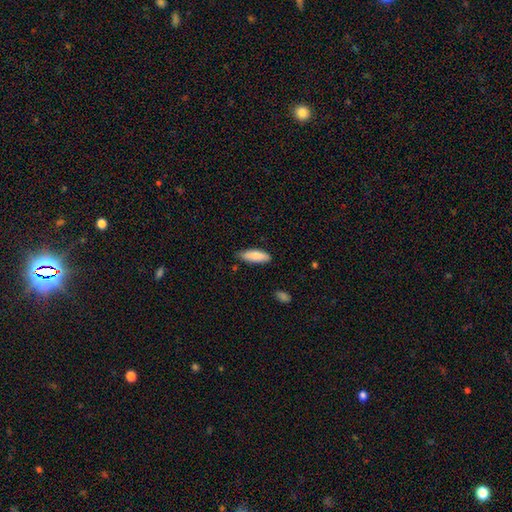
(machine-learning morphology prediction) smooth-or-featured: smooth: 86% | featured or disk: 8% | star or artifact: 6%
  how-rounded: in between: 66% | cigar-shaped: 33% | round: 2%
  merging: none: 78% | minor disturbance: 18% | major disturbance: 3% | merger: 2%